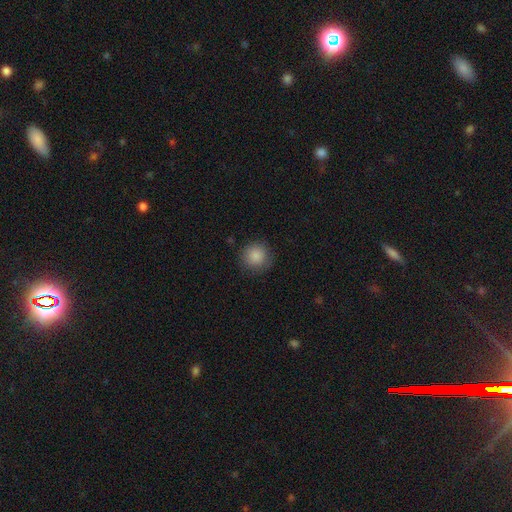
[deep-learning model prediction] smooth_or_featured: smooth (p=0.87) [alt: star or artifact p=0.09]
how_rounded: round (p=0.93) [alt: in between p=0.06]
merging: none (p=0.85) [alt: minor disturbance p=0.10]